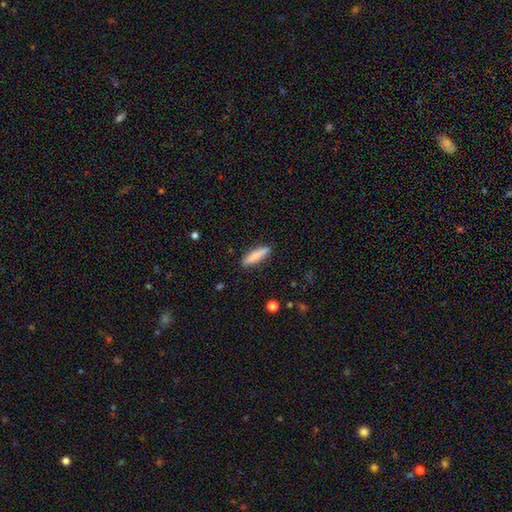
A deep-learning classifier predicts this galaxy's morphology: Smooth or featured: smooth — 82% (featured or disk — 13%)
How rounded: cigar-shaped — 75% (in between — 24%)
Merging: none — 88% (minor disturbance — 9%)